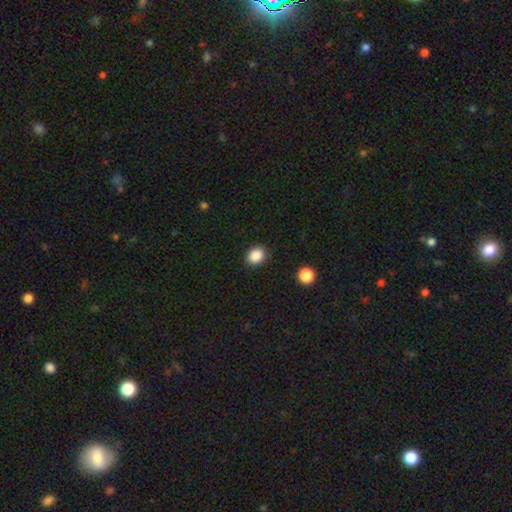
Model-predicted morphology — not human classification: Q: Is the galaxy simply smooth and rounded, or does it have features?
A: smooth — 88%.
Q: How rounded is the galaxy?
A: round — 57%.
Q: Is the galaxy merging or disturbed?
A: none — 88%.